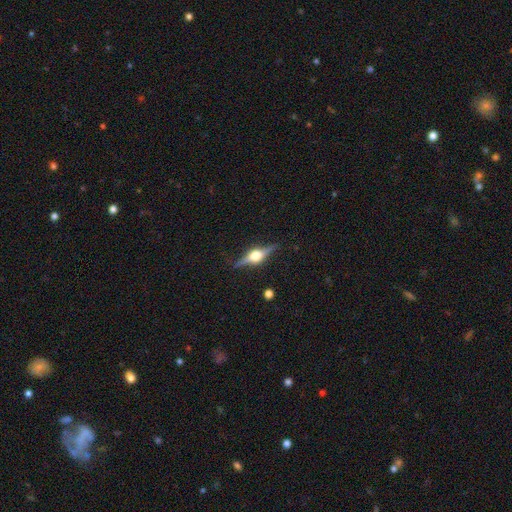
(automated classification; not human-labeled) Morphology: type=featured or disk (83%); edge-on=yes (98%); edge-on bulge=rounded (94%); merging=none (88%).